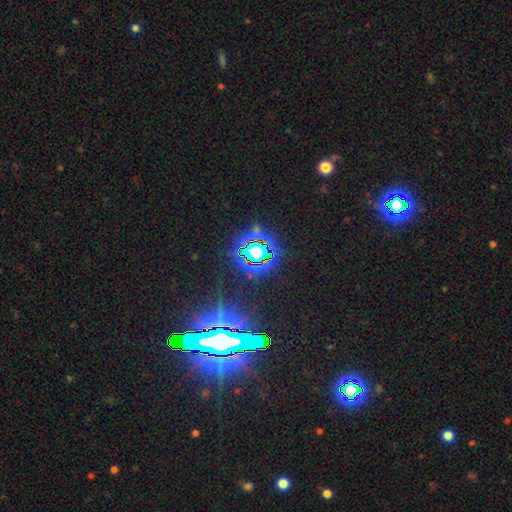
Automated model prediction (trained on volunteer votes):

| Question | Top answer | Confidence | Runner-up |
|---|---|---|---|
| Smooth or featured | star or artifact | 79% | featured or disk (11%) |